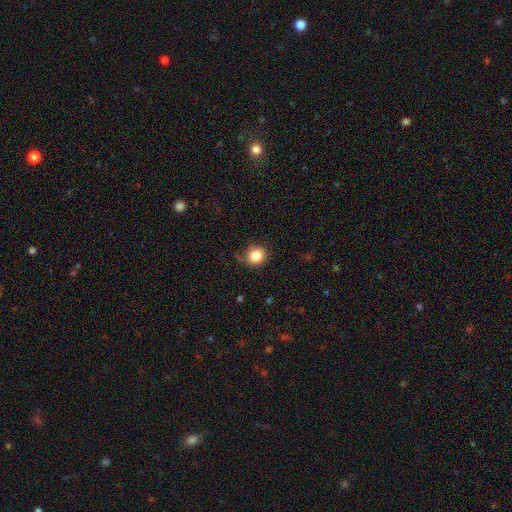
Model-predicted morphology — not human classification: Q: Smooth or featured?
A: smooth (83%); runner-up: star or artifact (11%)
Q: How rounded?
A: round (86%); runner-up: in between (14%)
Q: Merging?
A: none (72%); runner-up: minor disturbance (21%)